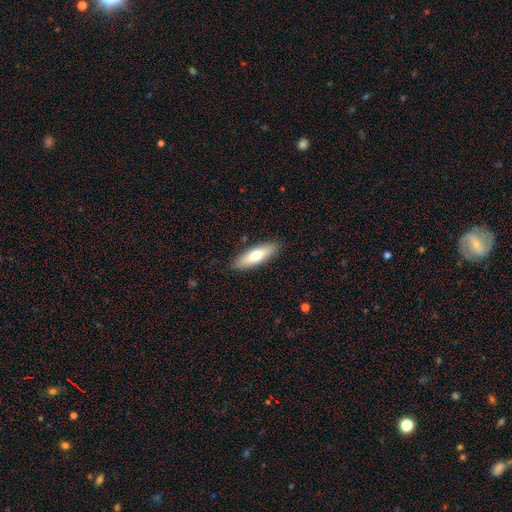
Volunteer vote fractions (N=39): A smooth galaxy with no disk features (64%) that is in between round and cigar-shaped (68%).

Vote fractions:
- Smooth or featured? smooth: 64% / featured or disk: 31% / star or artifact: 5%
- How rounded? in between: 68% / cigar-shaped: 32% / round: 0%
- Merging? none: 95% / minor disturbance: 3% / major disturbance: 3% / merger: 0%